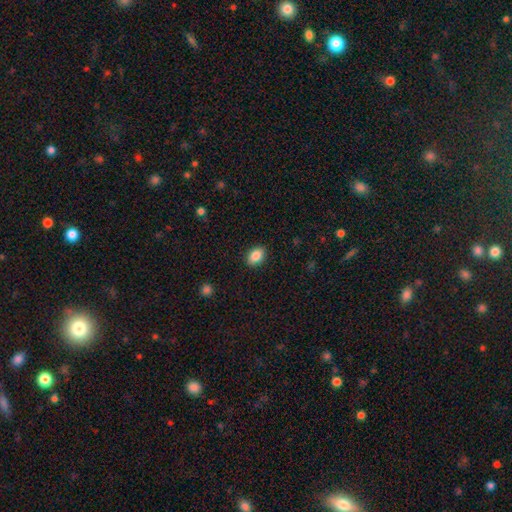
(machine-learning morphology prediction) This appears to be a smooth galaxy with no disk features (87%) that is in between round and cigar-shaped (83%). Merging: none (89%).